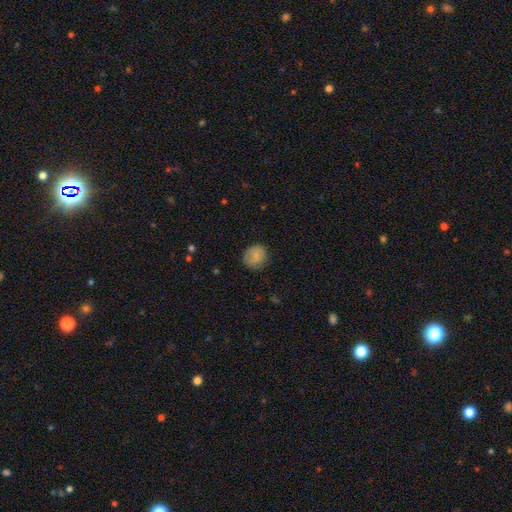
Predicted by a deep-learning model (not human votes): This appears to be a smooth galaxy with no disk features (80%) that is round (80%). Merging: none (81%).